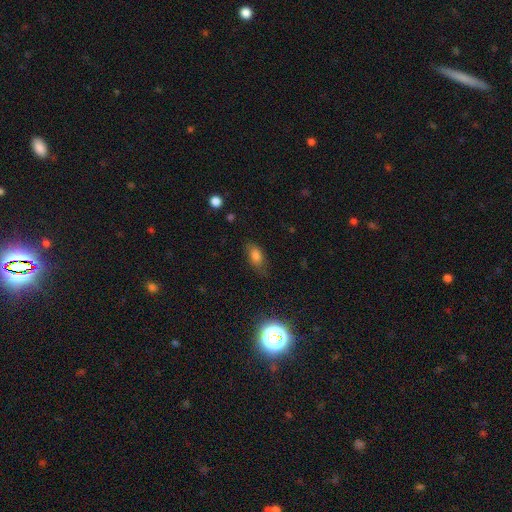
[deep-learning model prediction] Overall: smooth (76%). How rounded: in between (85%). Merging: none (68%).